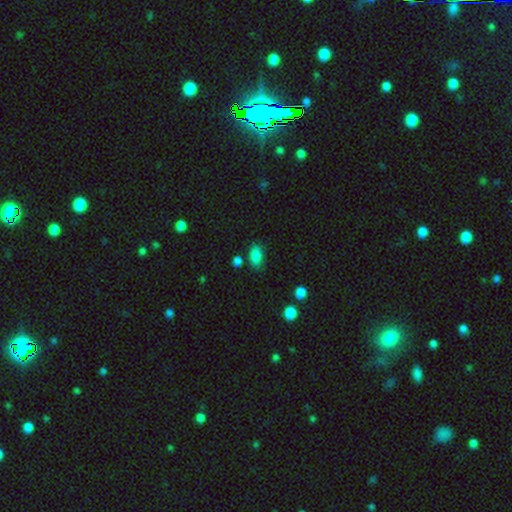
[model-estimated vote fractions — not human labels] Smooth or featured?
  - smooth: 84% *
  - star or artifact: 9%
  - featured or disk: 7%
How rounded?
  - in between: 90% *
  - round: 7%
  - cigar-shaped: 3%
Merging?
  - none: 75% *
  - minor disturbance: 17%
  - merger: 4%
  - major disturbance: 4%